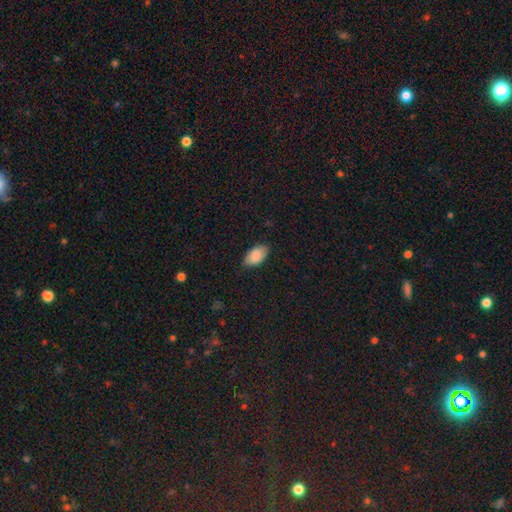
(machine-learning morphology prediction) type=smooth (87%); roundness=in between (95%); merging=none (81%).